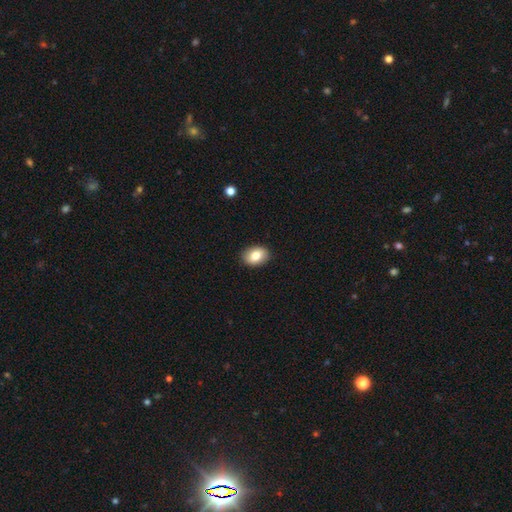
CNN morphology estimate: A smooth galaxy with no disk features (80%) that is in between round and cigar-shaped (76%). Merging: none (90%).